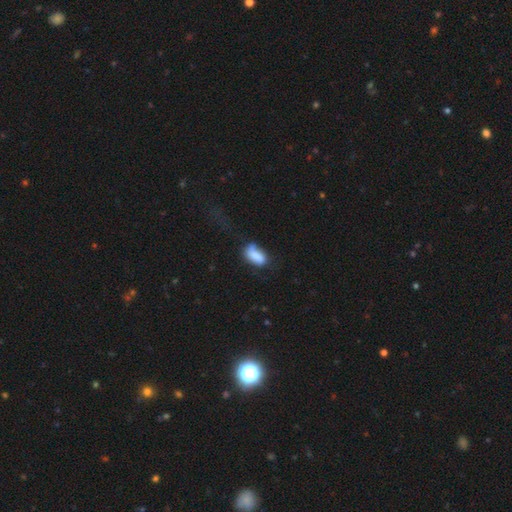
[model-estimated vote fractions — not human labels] smooth-or-featured: smooth: 79% | featured or disk: 13% | star or artifact: 8%
  how-rounded: in between: 89% | cigar-shaped: 6% | round: 5%
  merging: none: 39% | minor disturbance: 31% | major disturbance: 21% | merger: 10%